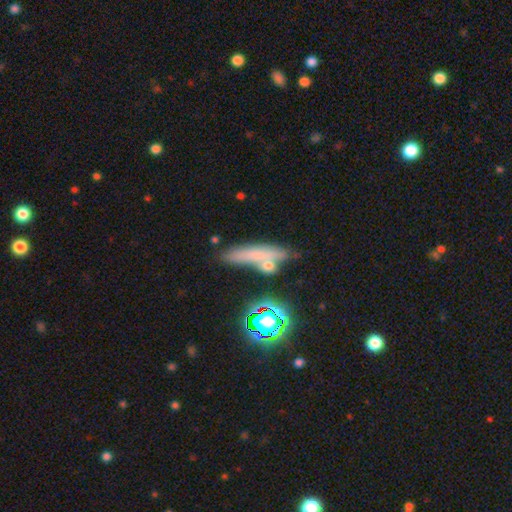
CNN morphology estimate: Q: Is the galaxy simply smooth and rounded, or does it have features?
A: smooth — 57%.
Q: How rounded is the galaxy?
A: cigar-shaped — 71%.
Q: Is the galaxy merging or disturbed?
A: none — 57%.